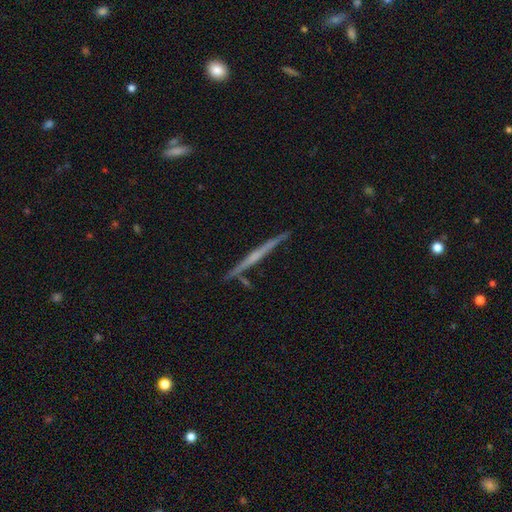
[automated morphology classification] smooth_or_featured: featured or disk (p=0.69) [alt: smooth p=0.25]
disk_edge_on: yes (p=0.98) [alt: no p=0.02]
edge_on_bulge: none (p=0.62) [alt: rounded p=0.29]
merging: none (p=0.89) [alt: minor disturbance p=0.08]